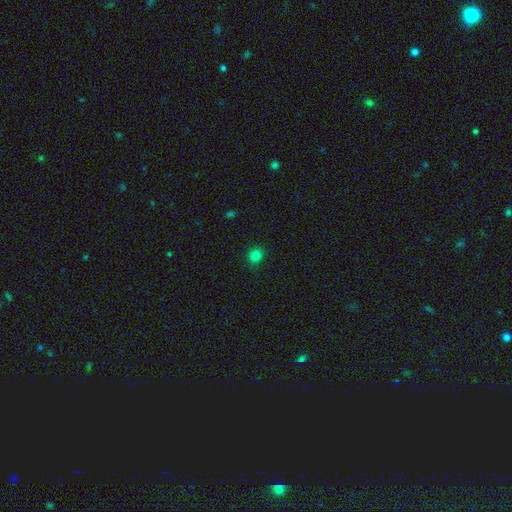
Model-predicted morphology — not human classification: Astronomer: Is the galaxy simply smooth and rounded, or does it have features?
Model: smooth — 80%.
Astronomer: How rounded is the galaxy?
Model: round — 80%.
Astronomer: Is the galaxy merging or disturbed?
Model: none — 88%.